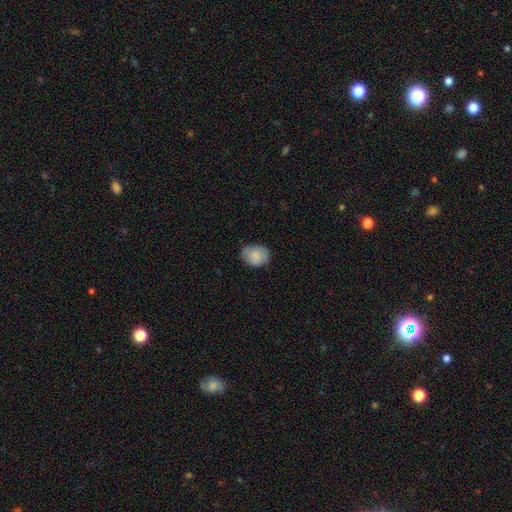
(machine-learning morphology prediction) Overall: smooth (75%). How rounded: round (51%; in between 48%). Merging: none (70%).